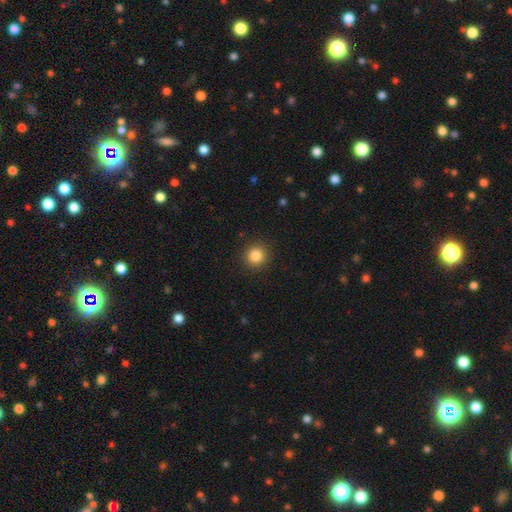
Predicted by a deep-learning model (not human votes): Overall: smooth (85%). How rounded: round (92%). Merging: none (91%).